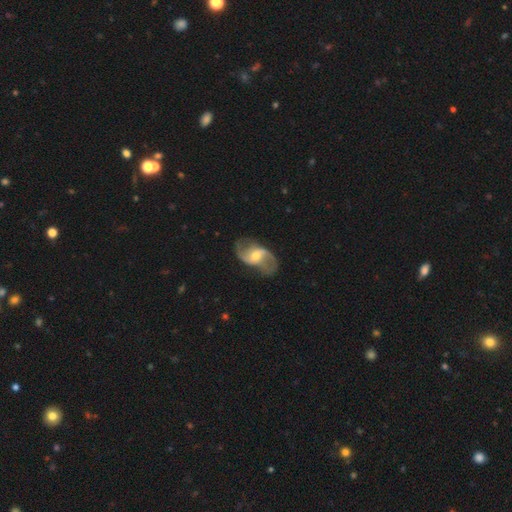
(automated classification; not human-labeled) The model was most divided on "bar": weak: 45%, no: 32%, strong: 23%. More confident: edge-on disk — no (96%); spiral arms — yes (94%); spiral arm count — 2 (91%); smooth or featured — featured or disk (86%); merging — none (76%); bulge size — moderate (56%); spiral winding — loose (55%).